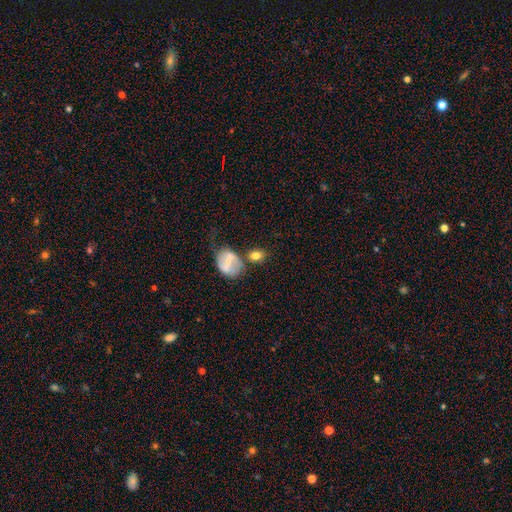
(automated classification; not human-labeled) Q: Smooth or featured?
A: smooth (73%); runner-up: featured or disk (17%)
Q: How rounded?
A: in between (49%); tied with: round (49%)
Q: Merging?
A: none (59%); runner-up: merger (18%)